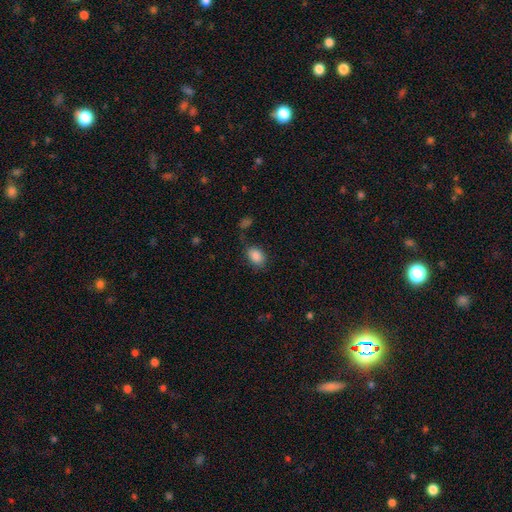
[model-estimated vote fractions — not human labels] Smooth or featured?
  - smooth: 86% *
  - star or artifact: 9%
  - featured or disk: 5%
How rounded?
  - in between: 80% *
  - round: 18%
  - cigar-shaped: 1%
Merging?
  - none: 70% *
  - minor disturbance: 18%
  - major disturbance: 7%
  - merger: 4%